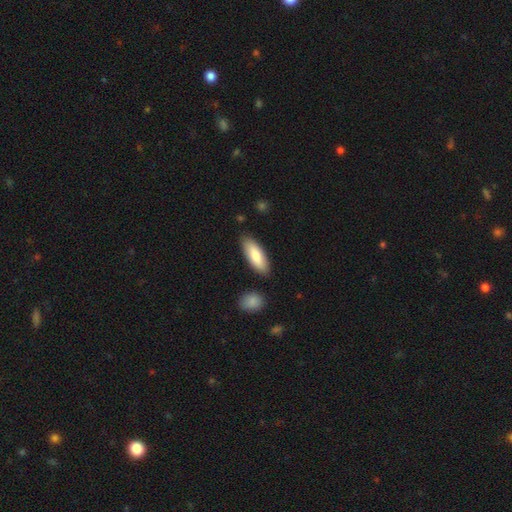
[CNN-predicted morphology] Smooth or featured? smooth (82%)
How rounded? in between (67%)
Merging? none (84%)